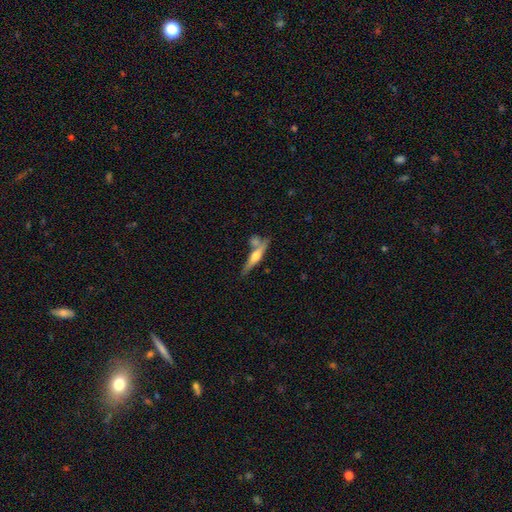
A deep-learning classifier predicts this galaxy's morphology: A featured or disk galaxy (55%) viewed edge-on (94%) with a rounded central bulge (88%). Merging: none (60%).